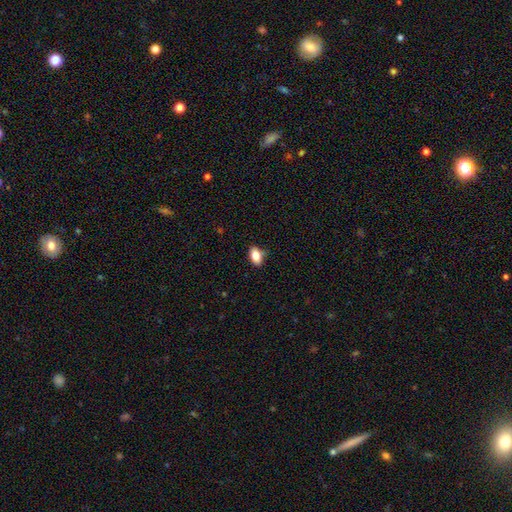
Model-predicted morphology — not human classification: This appears to be a smooth galaxy with no disk features (81%) that is in between round and cigar-shaped (87%). Merging: none (79%).